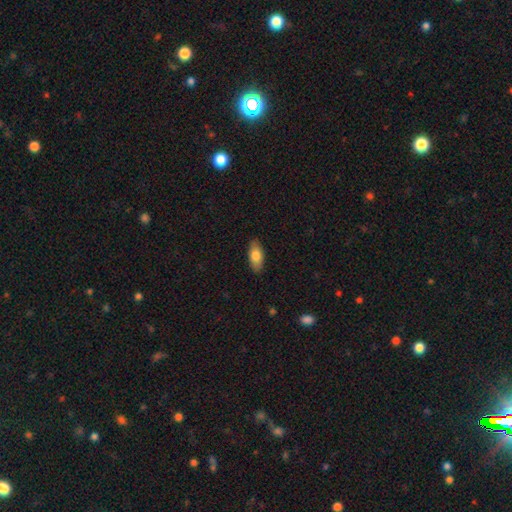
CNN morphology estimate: Overall: smooth (79%). How rounded: in between (87%). Merging: none (88%).